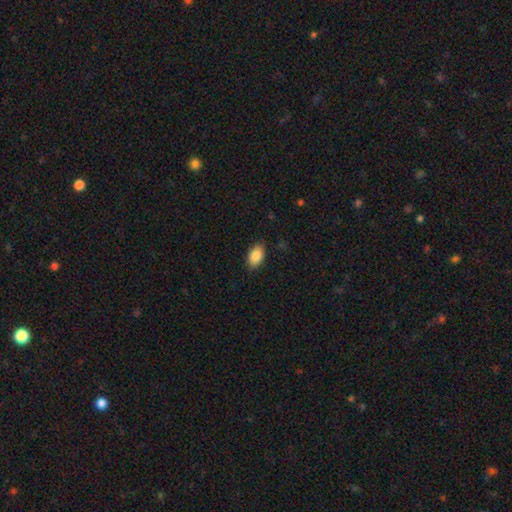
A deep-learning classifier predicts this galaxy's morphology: Smooth or featured?
  - smooth: 88% *
  - star or artifact: 7%
  - featured or disk: 5%
How rounded?
  - in between: 92% *
  - round: 6%
  - cigar-shaped: 2%
Merging?
  - none: 86% *
  - minor disturbance: 10%
  - major disturbance: 2%
  - merger: 1%